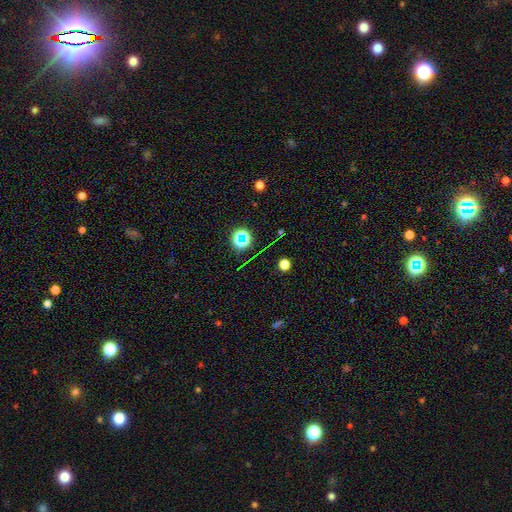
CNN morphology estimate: A star or artifact, not a galaxy (67%).